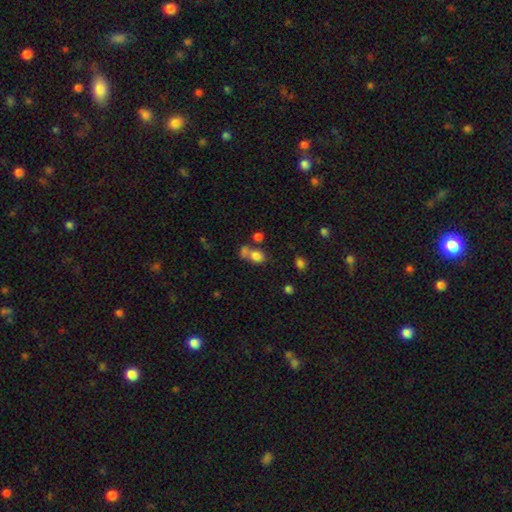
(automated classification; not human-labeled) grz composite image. It shows a smooth galaxy with no disk features (78%) that is in between round and cigar-shaped (58%). Merging: none (42%).